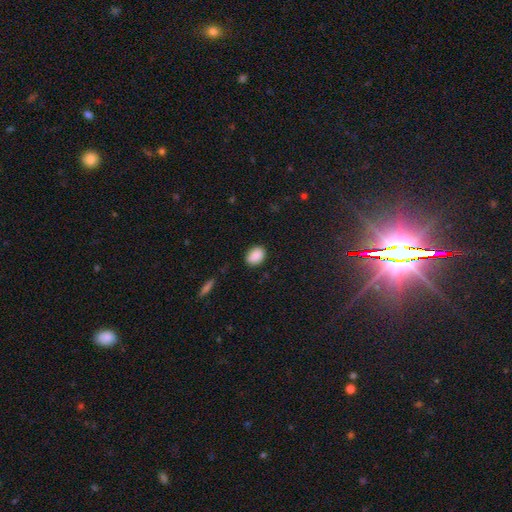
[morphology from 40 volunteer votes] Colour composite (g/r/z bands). It shows a smooth galaxy with no disk features (95%) that is in between round and cigar-shaped (71%). Merging: none (95%).